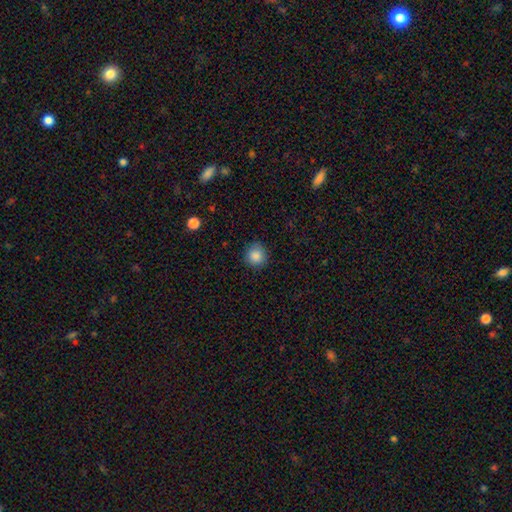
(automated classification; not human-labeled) Smooth or featured: smooth — 87% (star or artifact — 9%)
How rounded: round — 91% (in between — 8%)
Merging: none — 88% (minor disturbance — 9%)